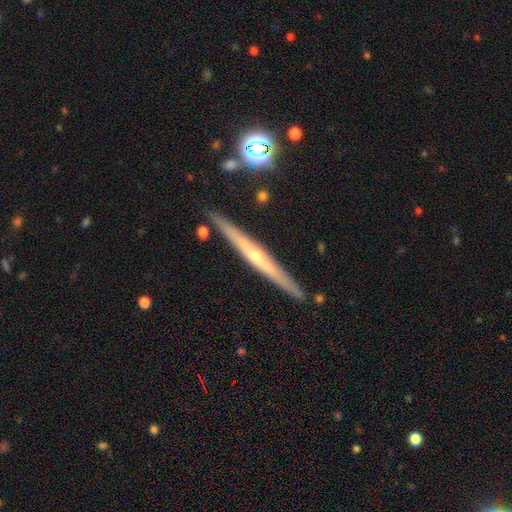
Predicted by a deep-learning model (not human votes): Overall: featured or disk (71%). Edge-on disk: yes (97%). Edge-on bulge: rounded (61%; none 34%). Merging: none (89%).